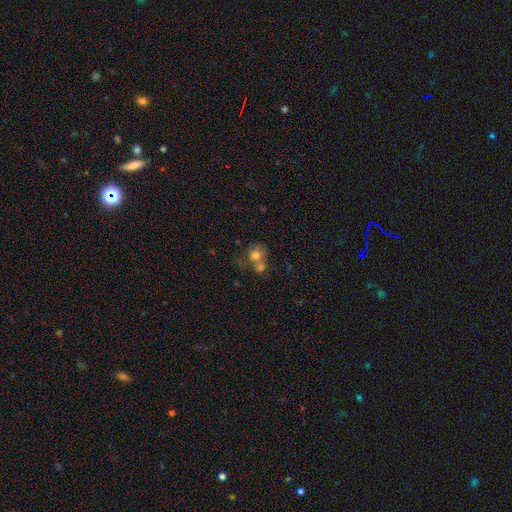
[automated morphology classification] Smooth or featured?
  - smooth: 74% *
  - featured or disk: 15%
  - star or artifact: 11%
How rounded?
  - round: 75% *
  - in between: 24%
  - cigar-shaped: 1%
Merging?
  - merger: 51% *
  - none: 33%
  - minor disturbance: 10%
  - major disturbance: 6%